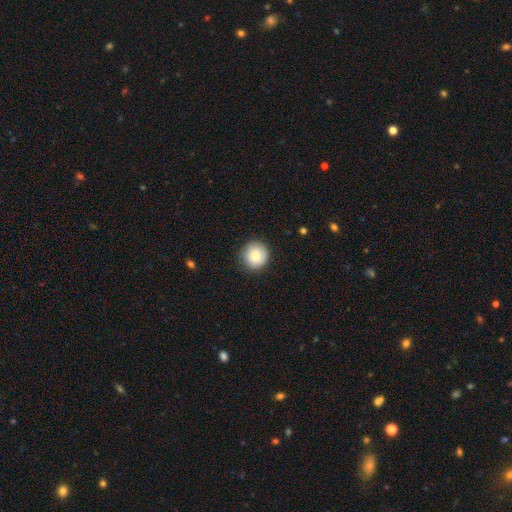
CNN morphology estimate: Overall: smooth (78%). How rounded: round (95%). Merging: none (87%).